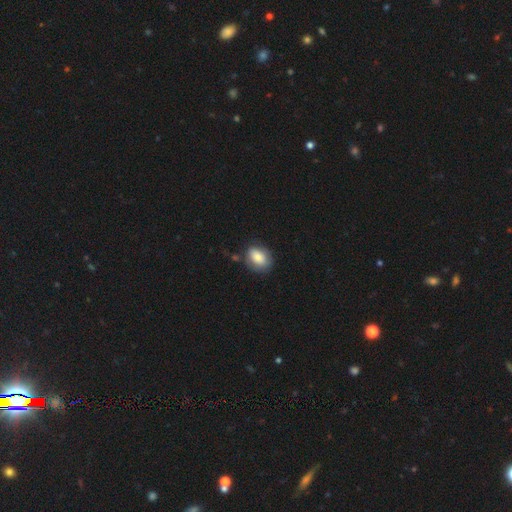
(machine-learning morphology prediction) A smooth galaxy with no disk features (79%) that is in between round and cigar-shaped (71%).

Vote fractions:
- Smooth or featured? smooth: 79% / featured or disk: 12% / star or artifact: 8%
- How rounded? in between: 71% / round: 28% / cigar-shaped: 1%
- Merging? none: 71% / minor disturbance: 20% / major disturbance: 5% / merger: 4%